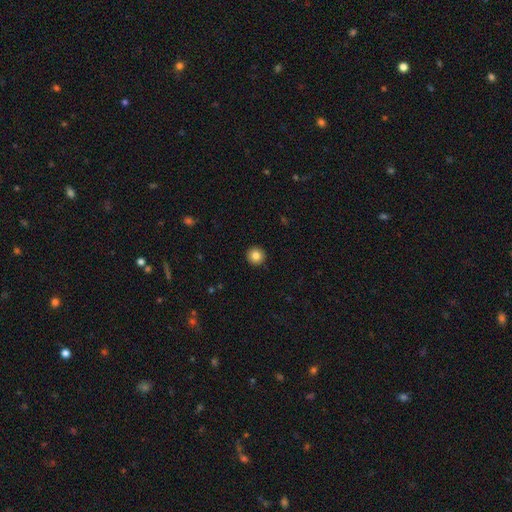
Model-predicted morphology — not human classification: The model was most divided on "smooth or featured": smooth: 84%, star or artifact: 9%, featured or disk: 6%. More confident: how rounded — round (96%); merging — none (93%).